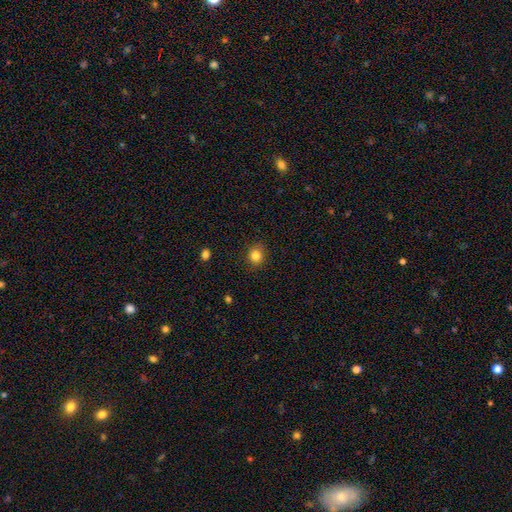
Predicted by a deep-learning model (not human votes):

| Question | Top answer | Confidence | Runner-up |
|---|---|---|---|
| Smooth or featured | smooth | 84% | star or artifact (11%) |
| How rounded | round | 77% | in between (22%) |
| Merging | none | 86% | minor disturbance (10%) |